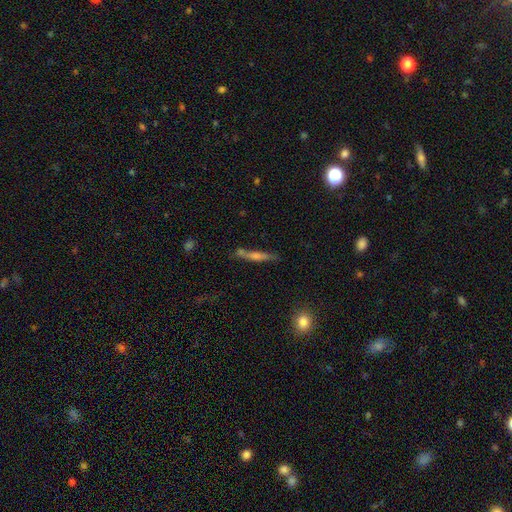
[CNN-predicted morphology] Overall: featured or disk (47%; smooth 34%). Merging: none (79%).